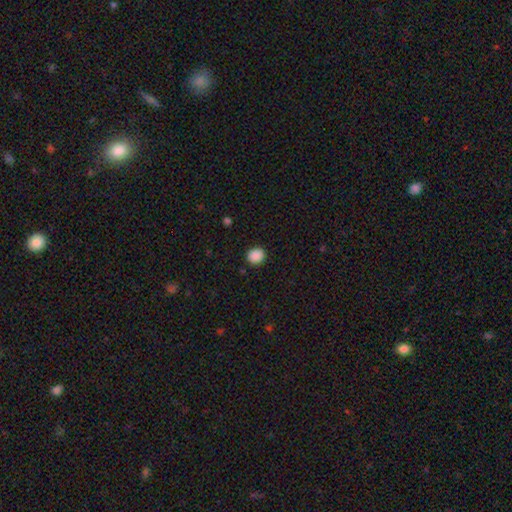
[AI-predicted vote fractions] Smooth or featured? Predicted: smooth (p=0.89). How rounded? Predicted: round (p=0.77). Merging? Predicted: none (p=0.90).